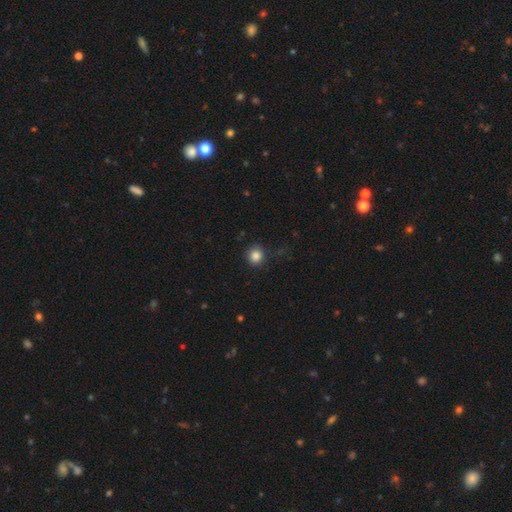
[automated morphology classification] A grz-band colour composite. It shows a smooth galaxy with no disk features (84%) that is round (91%). Merging: none (86%).